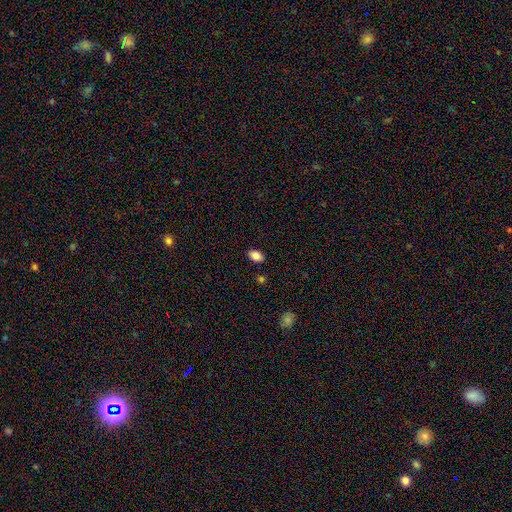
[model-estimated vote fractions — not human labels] Q: Smooth or featured?
A: smooth (86%); runner-up: star or artifact (9%)
Q: How rounded?
A: in between (84%); runner-up: round (15%)
Q: Merging?
A: none (86%); runner-up: minor disturbance (10%)